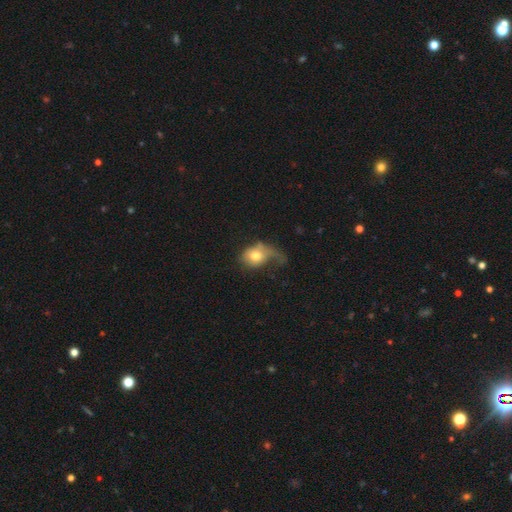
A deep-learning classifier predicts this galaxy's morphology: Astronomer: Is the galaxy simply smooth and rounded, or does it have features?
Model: smooth — 68%.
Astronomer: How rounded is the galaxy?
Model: round — 49%, tied with in between at 49%.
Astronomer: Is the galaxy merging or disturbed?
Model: major disturbance — 52%.